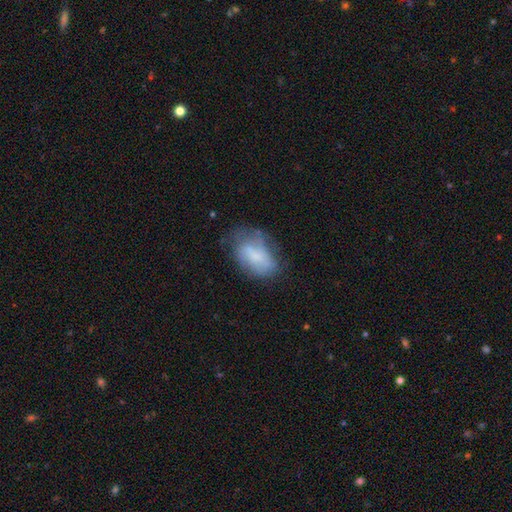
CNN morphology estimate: smooth 58%, featured or disk 34%, star or artifact 9%. Down the decision tree: how rounded — in between (87%); merging — none (49%).